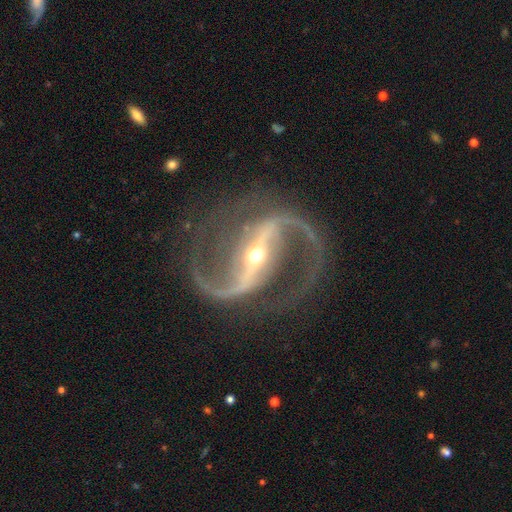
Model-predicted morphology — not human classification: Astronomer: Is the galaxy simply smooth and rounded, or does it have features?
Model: featured or disk — 94%.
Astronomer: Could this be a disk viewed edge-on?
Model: no — 97%.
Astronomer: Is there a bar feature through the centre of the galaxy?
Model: strong — 74%.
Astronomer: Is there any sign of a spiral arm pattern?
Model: yes — 98%.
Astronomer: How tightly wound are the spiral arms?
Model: medium — 55% (runner-up: loose, 34%).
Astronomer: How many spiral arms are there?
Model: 2 — 95%.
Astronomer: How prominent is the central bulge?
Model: small — 66%.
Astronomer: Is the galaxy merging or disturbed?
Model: none — 83%.